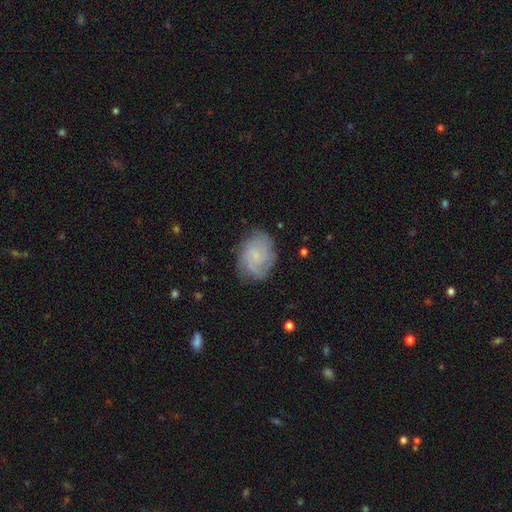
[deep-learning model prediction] Smooth or featured?
  - featured or disk: 60% *
  - smooth: 32%
  - star or artifact: 8%
Edge-on disk?
  - no: 97% *
  - yes: 3%
Bar?
  - no: 71% *
  - weak: 26%
  - strong: 3%
Spiral arms?
  - yes: 90% *
  - no: 10%
Spiral winding?
  - tight: 50% *
  - medium: 37%
  - loose: 14%
Spiral arm count?
  - can't tell: 39% *
  - 3: 22%
  - 2: 19%
  - 4: 9%
  - 1: 6%
  - more than 4: 5%
Bulge size?
  - small: 63% *
  - none: 20%
  - moderate: 14%
  - large: 1%
  - dominant: 1%
Merging?
  - none: 71% *
  - minor disturbance: 21%
  - major disturbance: 8%
  - merger: 1%